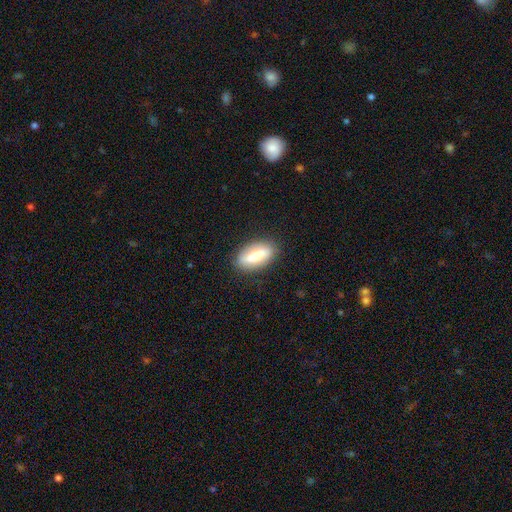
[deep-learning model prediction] This appears to be a smooth galaxy with no disk features (64%) that is in between round and cigar-shaped (74%). Merging: none (85%).